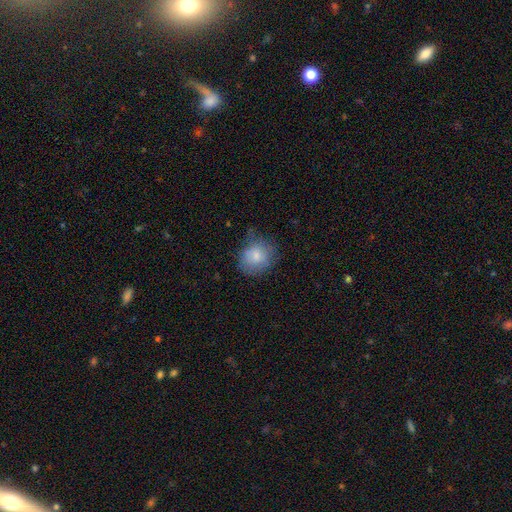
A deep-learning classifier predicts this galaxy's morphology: A smooth galaxy with no disk features (79%) that is round (72%). Merging: none (62%).